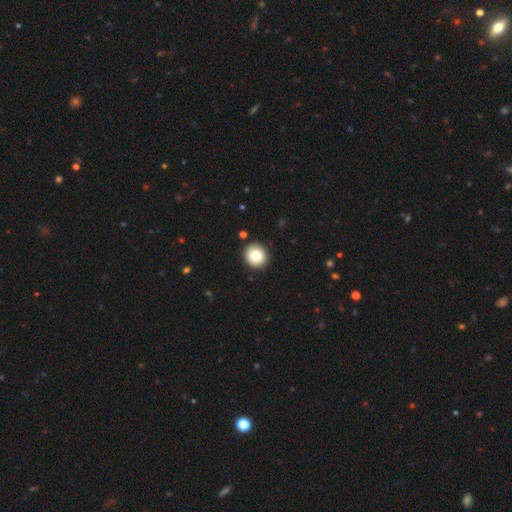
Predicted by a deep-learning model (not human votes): The model was most divided on "smooth or featured": smooth: 81%, featured or disk: 10%, star or artifact: 9%. More confident: merging — none (92%); how rounded — round (90%).